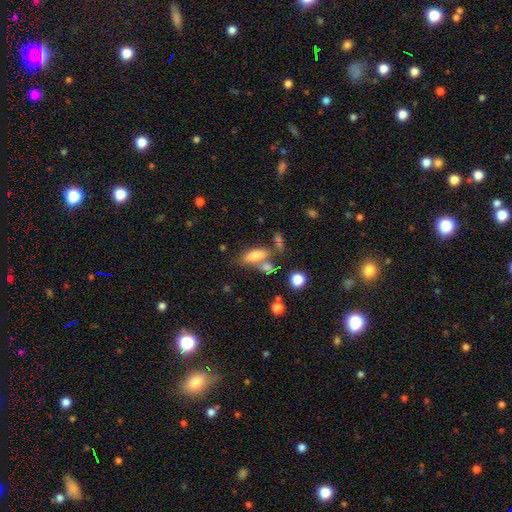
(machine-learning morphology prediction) smooth_or_featured: smooth (p=0.73) [alt: featured or disk p=0.18]
how_rounded: in between (p=0.76) [alt: cigar-shaped p=0.20]
merging: none (p=0.52) [alt: merger p=0.27]